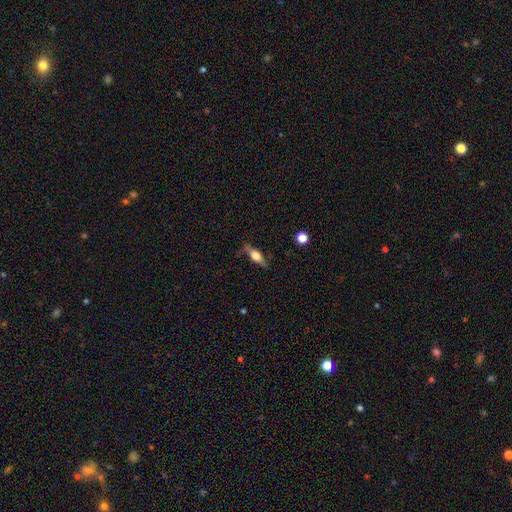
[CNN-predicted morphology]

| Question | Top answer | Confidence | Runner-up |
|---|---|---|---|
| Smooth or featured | featured or disk | 54% | smooth (39%) |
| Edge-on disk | yes | 91% | no (9%) |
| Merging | none | 75% | minor disturbance (17%) |